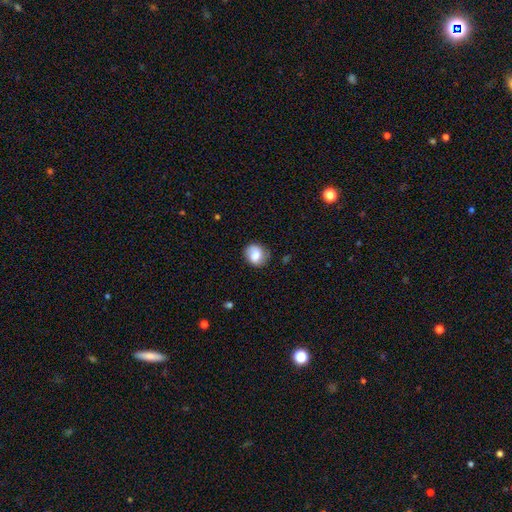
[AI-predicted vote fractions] Smooth or featured: smooth — 74% (featured or disk — 18%)
How rounded: round — 73% (in between — 26%)
Merging: none — 78% (minor disturbance — 16%)